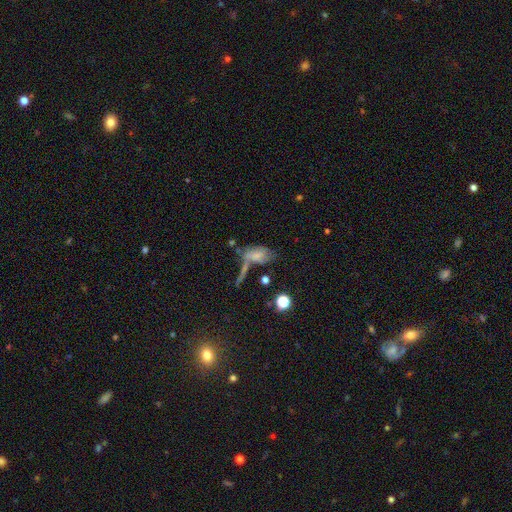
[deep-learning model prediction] smooth-or-featured: smooth: 54% | featured or disk: 34% | star or artifact: 13%
  how-rounded: in between: 82% | cigar-shaped: 10% | round: 8%
  merging: merger: 31% | none: 28% | major disturbance: 24% | minor disturbance: 18%